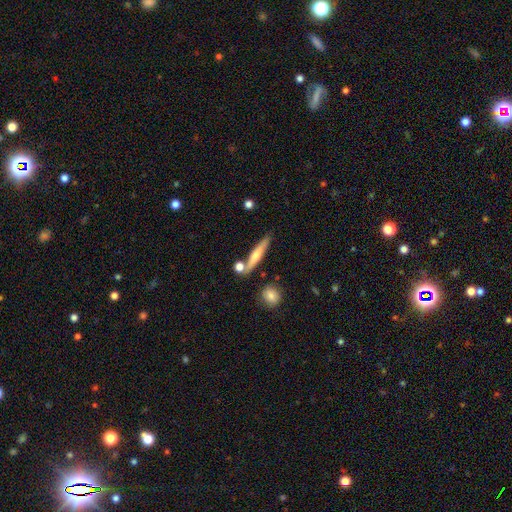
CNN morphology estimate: This appears to be a smooth galaxy with no disk features (52%) that is cigar-shaped (87%). Merging: none (74%).